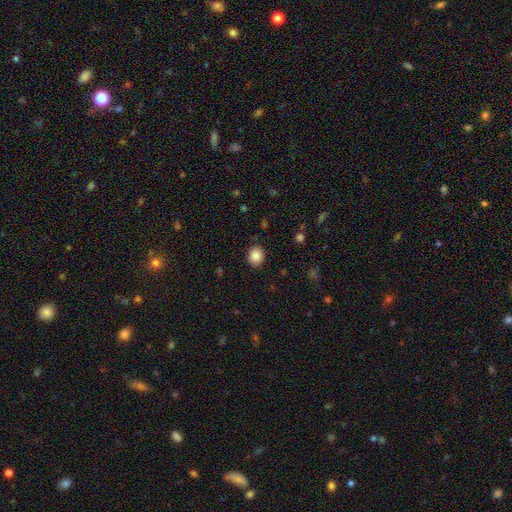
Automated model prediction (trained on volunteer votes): Morphology: type=smooth (85%); roundness=round (71%); merging=none (90%).